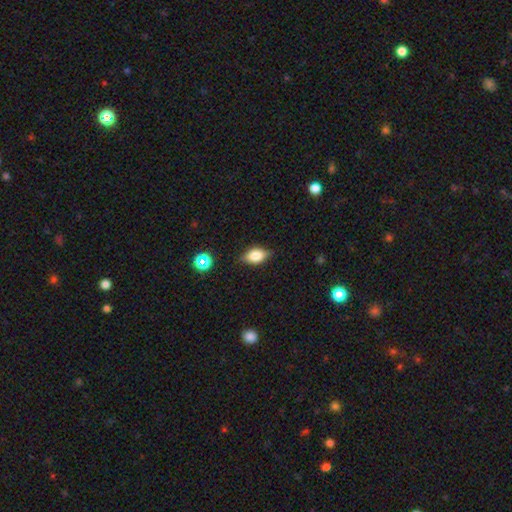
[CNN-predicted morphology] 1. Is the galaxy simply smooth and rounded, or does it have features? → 73% smooth, 17% featured or disk, 10% star or artifact.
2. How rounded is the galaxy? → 84% in between, 11% round, 5% cigar-shaped.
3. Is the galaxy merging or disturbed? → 81% none, 15% minor disturbance, 3% major disturbance, 2% merger.